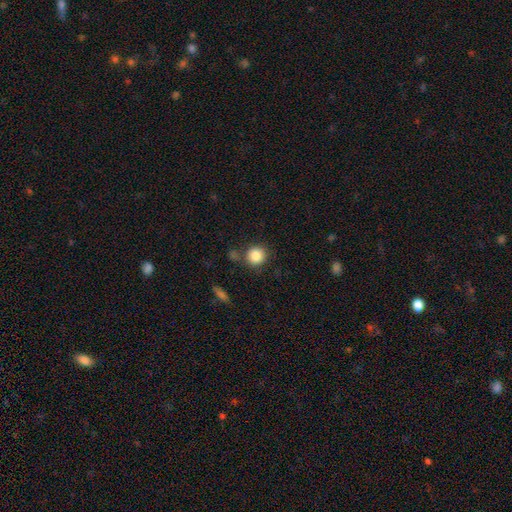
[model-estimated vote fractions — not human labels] Overall: smooth (85%). How rounded: round (90%). Merging: none (78%).